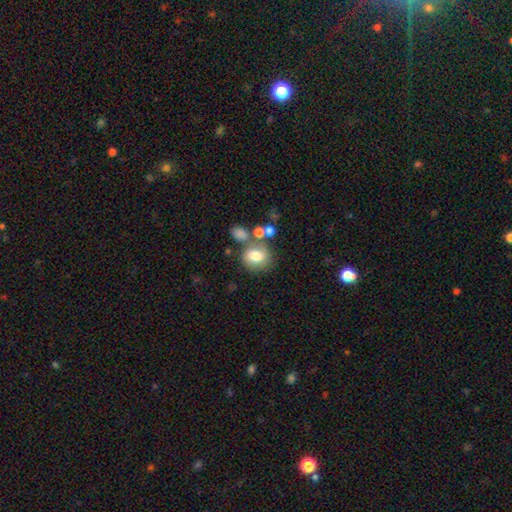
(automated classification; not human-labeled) Overall: smooth (71%). How rounded: round (57%; in between 42%). Merging: none (55%; merger 22%).